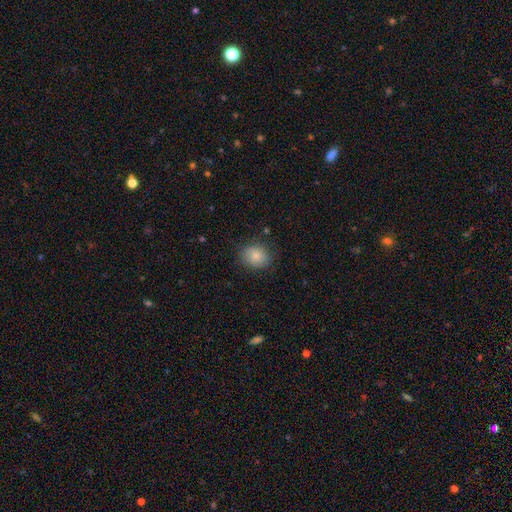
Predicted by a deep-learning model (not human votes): Smooth or featured? smooth (83%)
How rounded? round (60%)
Merging? none (82%)